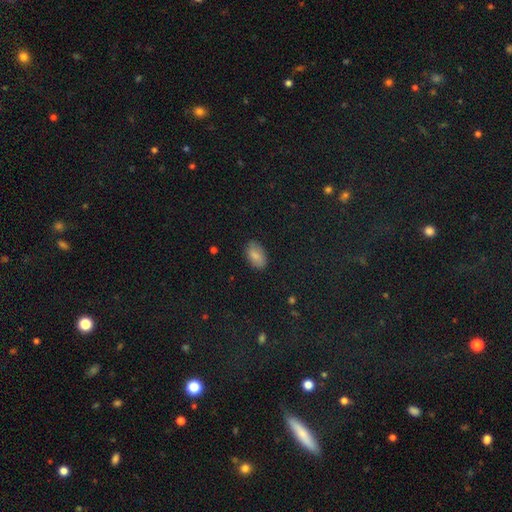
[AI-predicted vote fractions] Q: Smooth or featured?
A: smooth (83%); runner-up: star or artifact (9%)
Q: How rounded?
A: in between (93%); runner-up: round (5%)
Q: Merging?
A: none (83%); runner-up: minor disturbance (13%)